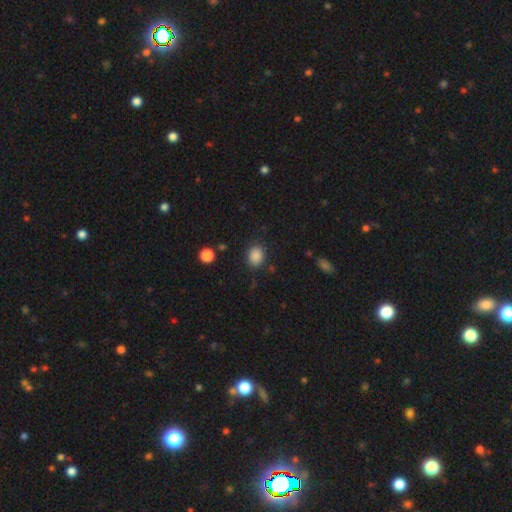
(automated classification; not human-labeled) Smooth or featured: smooth — 87% (star or artifact — 10%)
How rounded: round — 54% (in between — 45%)
Merging: none — 84% (minor disturbance — 11%)